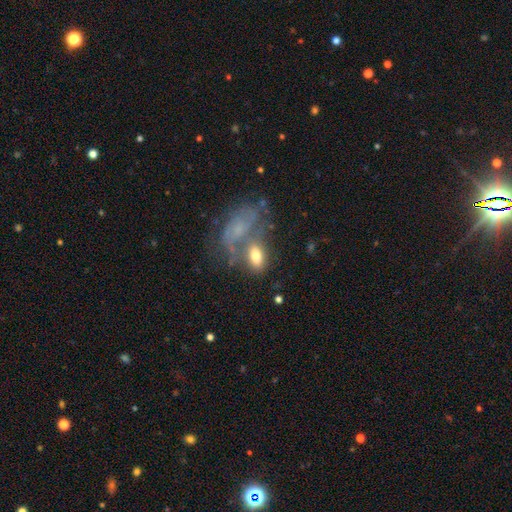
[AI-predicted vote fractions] Smooth or featured?
  - smooth: 66% *
  - featured or disk: 26%
  - star or artifact: 8%
How rounded?
  - in between: 86% *
  - round: 10%
  - cigar-shaped: 4%
Merging?
  - none: 41% *
  - merger: 30%
  - minor disturbance: 18%
  - major disturbance: 11%